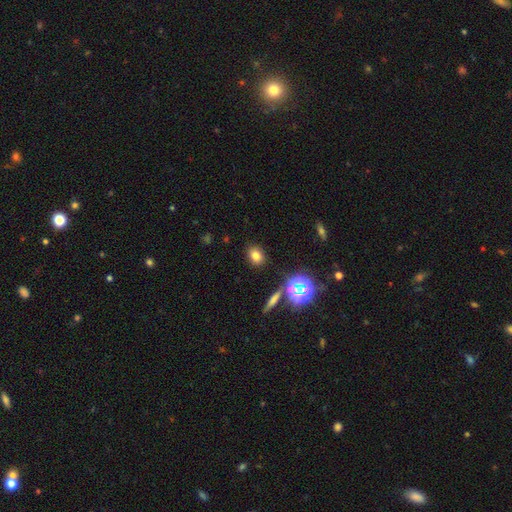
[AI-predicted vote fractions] Smooth or featured: smooth — 74% (star or artifact — 17%)
How rounded: in between — 55% (round — 43%)
Merging: none — 87% (minor disturbance — 8%)